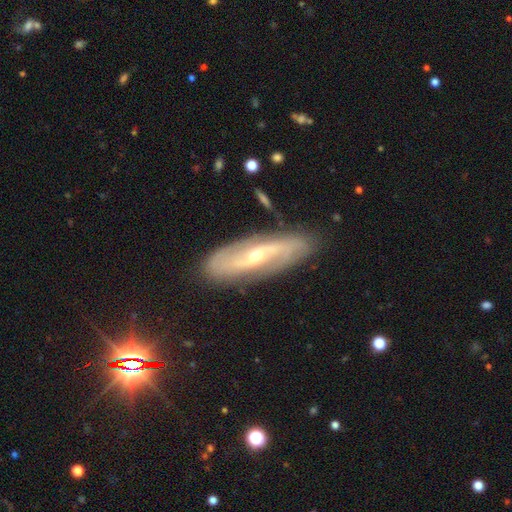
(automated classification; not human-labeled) Morphology: type=featured or disk (81%); edge-on=no (82%); bar=weak (40%); spiral arms=yes (88%); winding=loose (39%); arm count=2 (81%); bulge=small (58%); merging=none (85%).